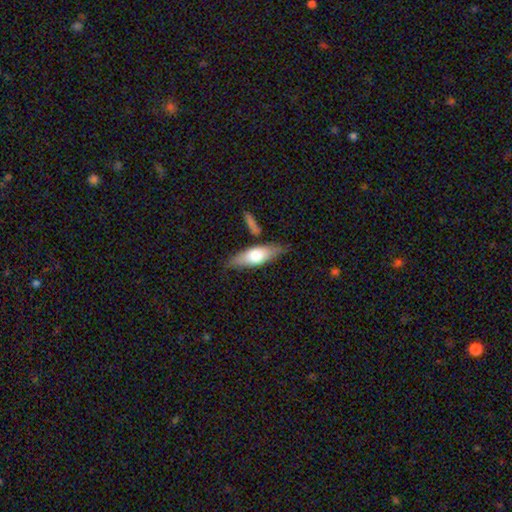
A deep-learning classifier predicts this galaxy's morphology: type=smooth (60%); roundness=in between (59%); merging=none (73%).